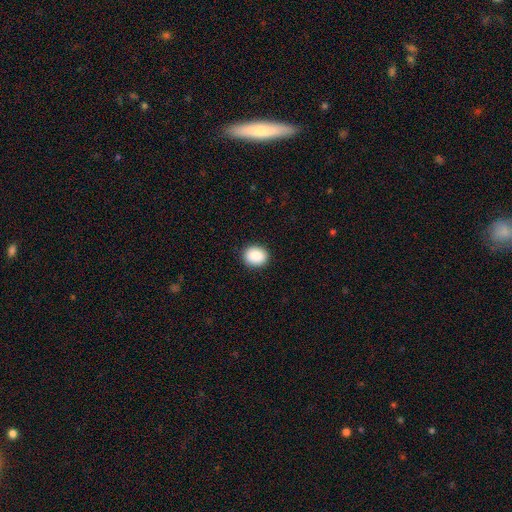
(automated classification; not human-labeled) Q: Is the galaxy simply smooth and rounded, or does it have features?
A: smooth — 89%.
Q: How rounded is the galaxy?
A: round — 66%.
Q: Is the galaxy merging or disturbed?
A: none — 90%.